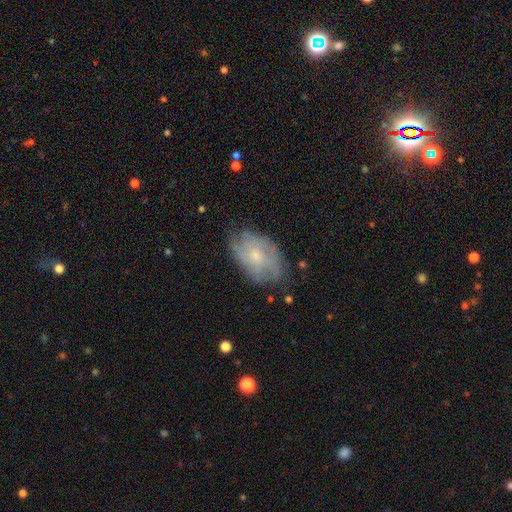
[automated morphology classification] type=featured or disk (62%); edge-on=no (96%); bar=no (77%); spiral arms=yes (77%); bulge=small (62%); merging=none (66%).